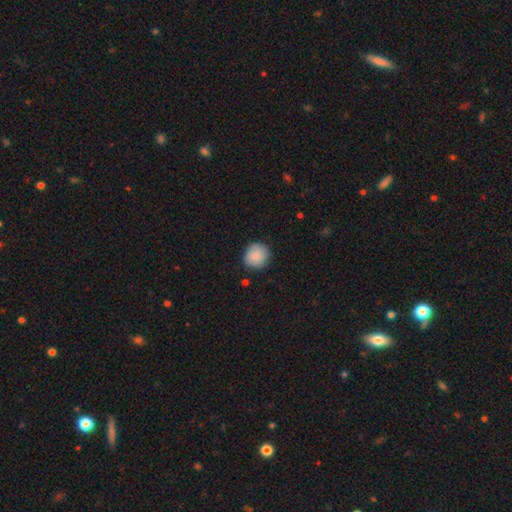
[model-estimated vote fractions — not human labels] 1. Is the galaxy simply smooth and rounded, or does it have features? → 85% smooth, 7% featured or disk, 7% star or artifact.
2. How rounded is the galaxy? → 90% round, 9% in between, 1% cigar-shaped.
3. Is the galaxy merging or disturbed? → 84% none, 12% minor disturbance, 2% major disturbance, 1% merger.